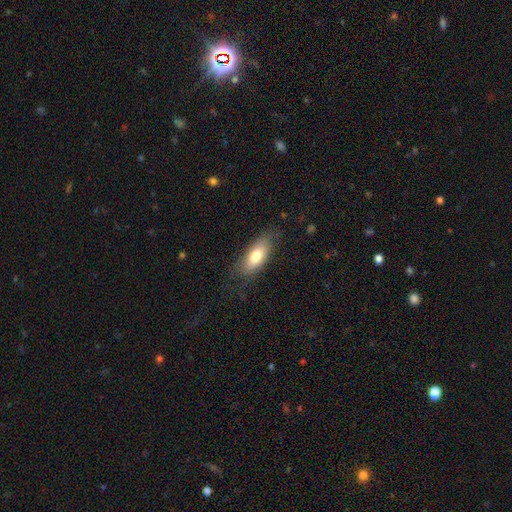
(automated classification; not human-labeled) A smooth galaxy with no disk features (73%) that is in between round and cigar-shaped (81%). Merging: none (74%).